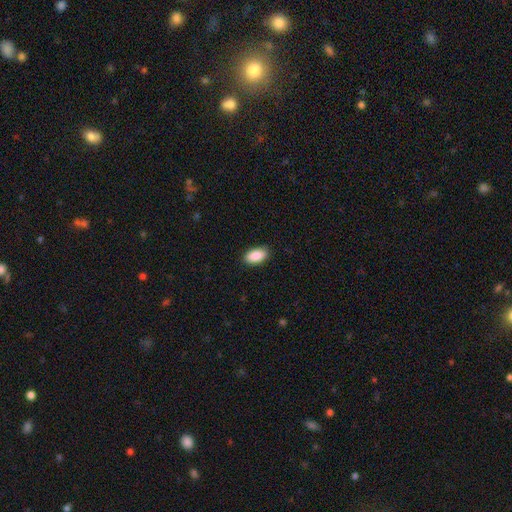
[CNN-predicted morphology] type=smooth (90%); roundness=in between (94%); merging=none (88%).